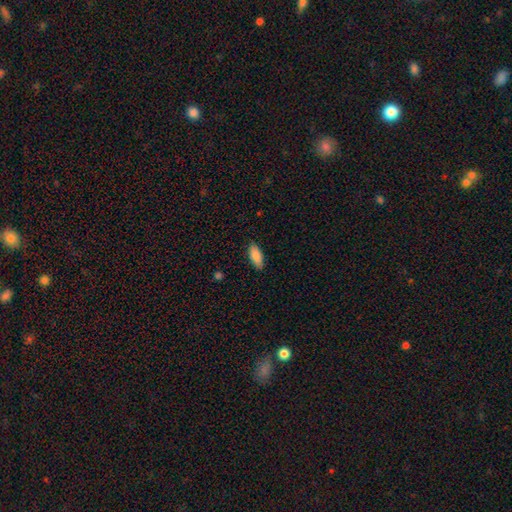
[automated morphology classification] smooth_or_featured: smooth (p=0.87) [alt: featured or disk p=0.07]
how_rounded: in between (p=0.82) [alt: cigar-shaped p=0.16]
merging: none (p=0.87) [alt: minor disturbance p=0.10]